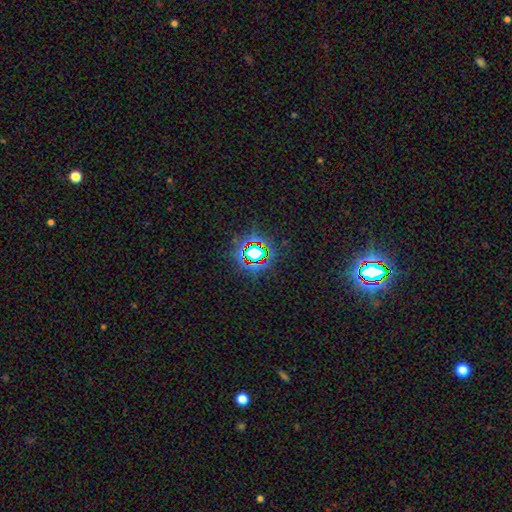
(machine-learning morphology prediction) type=star or artifact (72%).